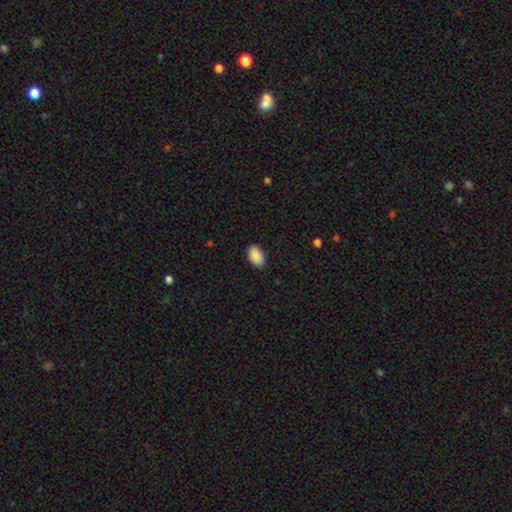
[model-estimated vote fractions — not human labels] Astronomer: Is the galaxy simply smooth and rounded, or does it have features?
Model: smooth — 91%.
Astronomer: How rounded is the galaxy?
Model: in between — 93%.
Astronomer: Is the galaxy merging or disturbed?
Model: none — 88%.